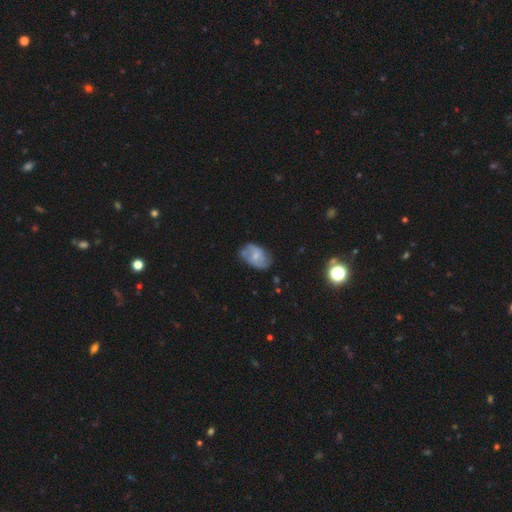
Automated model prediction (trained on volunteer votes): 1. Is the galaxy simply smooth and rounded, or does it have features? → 58% featured or disk, 35% smooth, 7% star or artifact.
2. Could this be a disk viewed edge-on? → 97% no, 3% yes.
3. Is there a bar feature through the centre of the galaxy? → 49% no, 44% weak, 8% strong.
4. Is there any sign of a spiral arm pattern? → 81% yes, 19% no.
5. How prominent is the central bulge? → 51% small, 30% moderate, 15% none, 2% large, 1% dominant.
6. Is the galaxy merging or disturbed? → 62% none, 26% minor disturbance, 9% major disturbance, 3% merger.